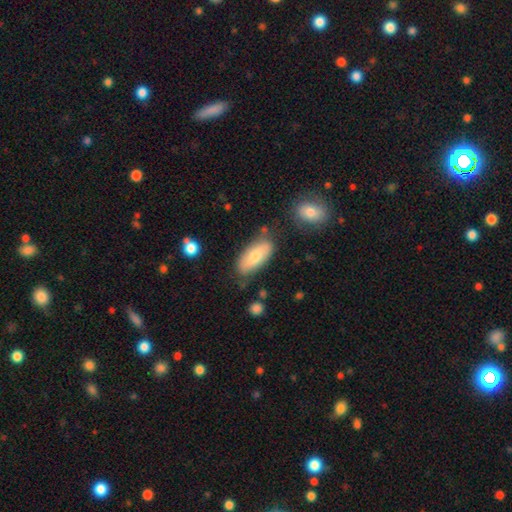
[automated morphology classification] Smooth or featured? smooth (68%)
How rounded? in between (86%)
Merging? none (73%)